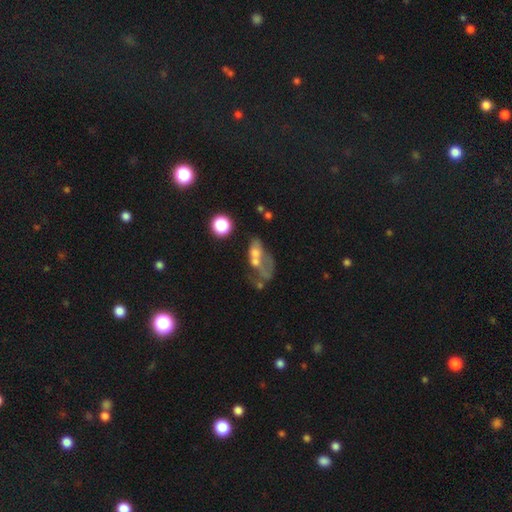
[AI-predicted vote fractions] Morphology: type=featured or disk (43%); merging=merger (47%).